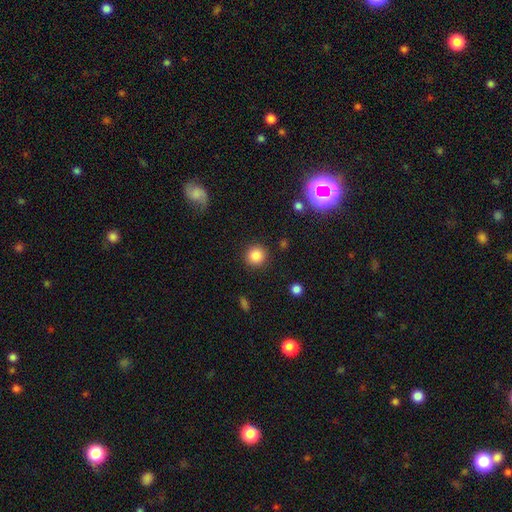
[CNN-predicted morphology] smooth 84%, star or artifact 11%, featured or disk 5%. Down the decision tree: how rounded — round (92%); merging — none (90%).